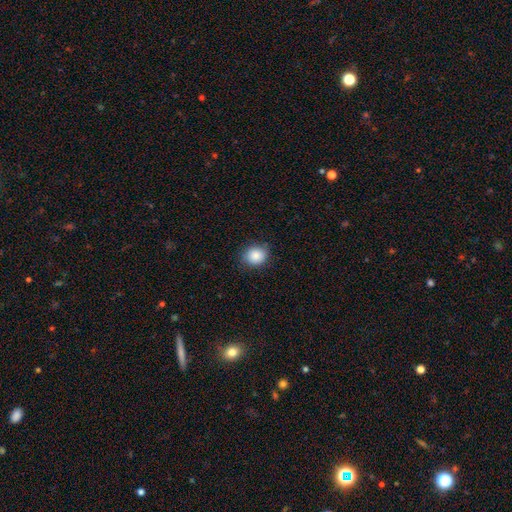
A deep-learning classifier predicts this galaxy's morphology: The model was most divided on "how rounded": round: 72%, in between: 27%, cigar-shaped: 1%. More confident: smooth or featured — smooth (87%); merging — none (84%).